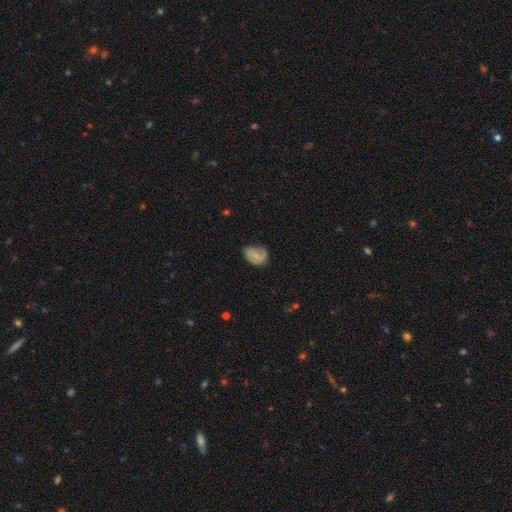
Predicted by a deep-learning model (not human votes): Smooth or featured? smooth (56%)
How rounded? in between (71%)
Merging? none (50%)